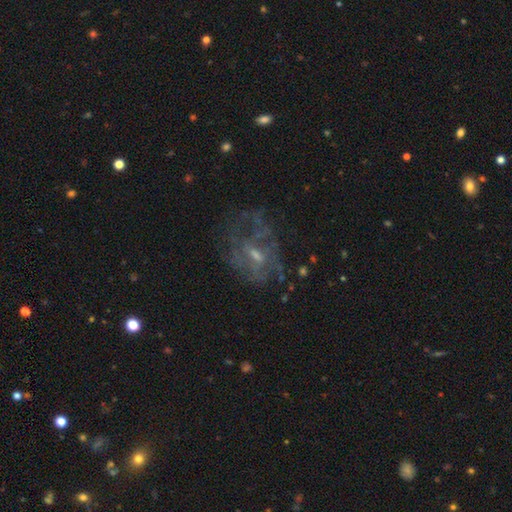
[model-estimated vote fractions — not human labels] A featured or disk galaxy (67%) with no bar (51%), no spiral arms (56%) and a small central bulge (46%).

Vote fractions:
- Smooth or featured? featured or disk: 67% / smooth: 19% / star or artifact: 14%
- Edge-on disk? no: 96% / yes: 4%
- Bar? no: 51% / weak: 41% / strong: 8%
- Spiral arms? no: 56% / yes: 44%
- Bulge size? small: 46% / moderate: 38% / none: 12% / large: 2% / dominant: 1%
- Merging? none: 49% / major disturbance: 29% / minor disturbance: 19% / merger: 3%